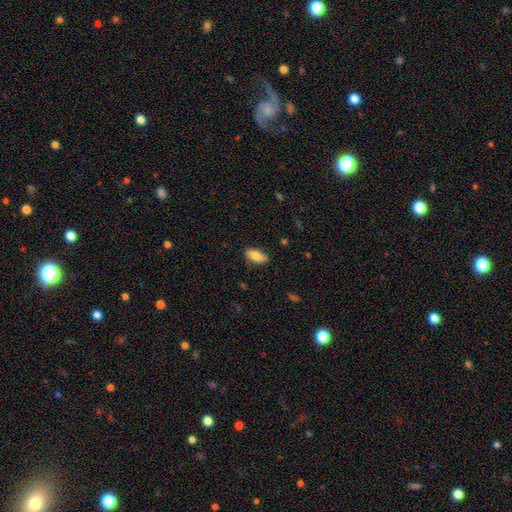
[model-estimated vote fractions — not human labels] Smooth or featured?
  - smooth: 82% *
  - featured or disk: 12%
  - star or artifact: 7%
How rounded?
  - in between: 89% *
  - cigar-shaped: 9%
  - round: 2%
Merging?
  - none: 84% *
  - minor disturbance: 13%
  - major disturbance: 2%
  - merger: 1%